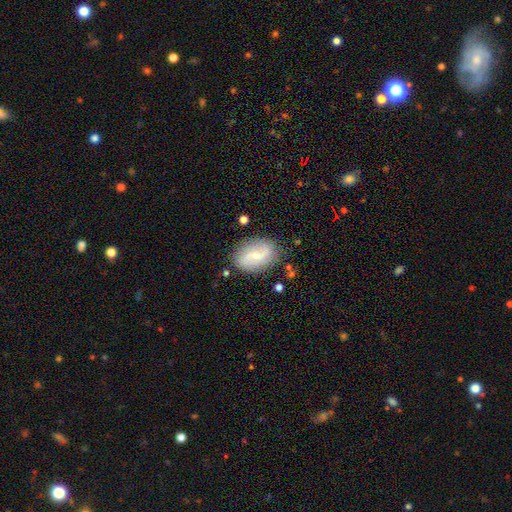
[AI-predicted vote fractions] A featured or disk galaxy (67%) with a weak bar (47%), 2 (89%) loose (68%) spiral arms (87%) and a small central bulge (67%).

Vote fractions:
- Smooth or featured? featured or disk: 67% / smooth: 27% / star or artifact: 7%
- Edge-on disk? no: 96% / yes: 4%
- Bar? weak: 47% / no: 34% / strong: 19%
- Spiral arms? yes: 87% / no: 13%
- Spiral winding? loose: 68% / medium: 23% / tight: 9%
- Spiral arm count? 2: 89% / can't tell: 6% / 1: 2% / 3: 1% / 4: 1% / more than 4: 1%
- Bulge size? small: 67% / moderate: 27% / none: 4% / large: 1% / dominant: 1%
- Merging? none: 82% / minor disturbance: 13% / major disturbance: 3% / merger: 2%